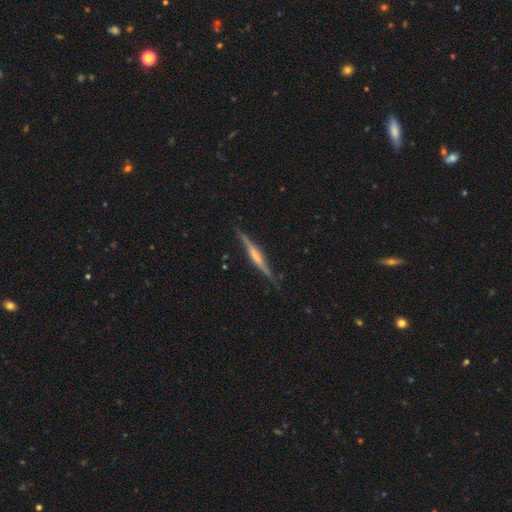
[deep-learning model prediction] This is likely a featured or disk galaxy (66%). It is clearly viewed edge-on (96%). Edge-on bulge: marginally rounded (38%). Merging: clearly none (82%).